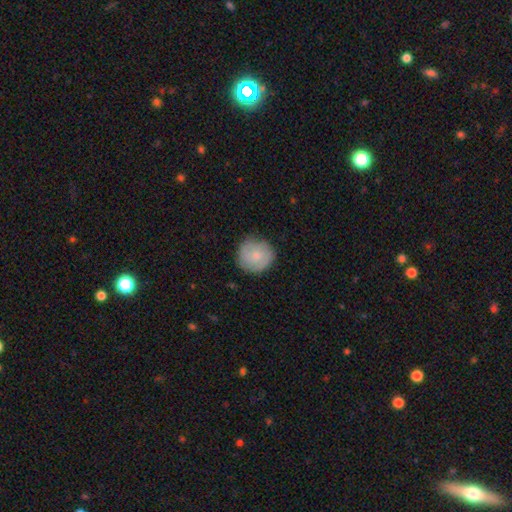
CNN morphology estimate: type=smooth (68%); roundness=round (92%); merging=none (78%).